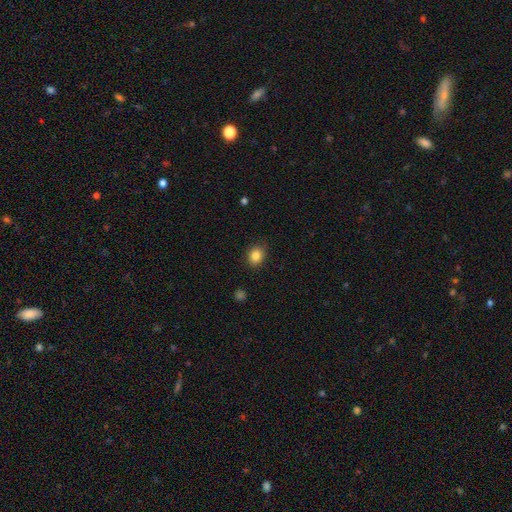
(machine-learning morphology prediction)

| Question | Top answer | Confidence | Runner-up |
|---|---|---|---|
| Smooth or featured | smooth | 85% | star or artifact (10%) |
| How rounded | round | 61% | in between (38%) |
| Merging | none | 85% | minor disturbance (11%) |